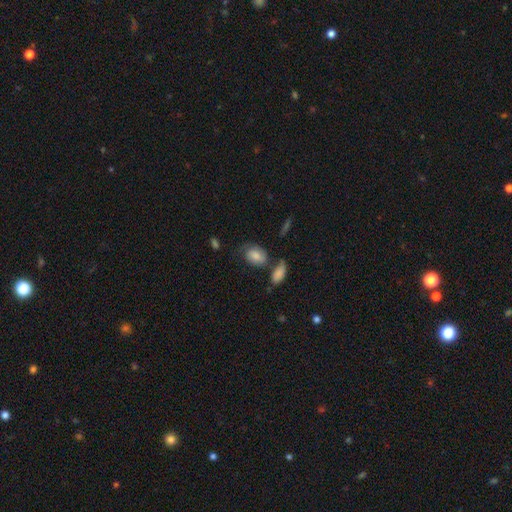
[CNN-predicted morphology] Q: Smooth or featured?
A: smooth (69%); runner-up: featured or disk (22%)
Q: How rounded?
A: in between (75%); runner-up: round (23%)
Q: Merging?
A: none (52%); runner-up: minor disturbance (23%)